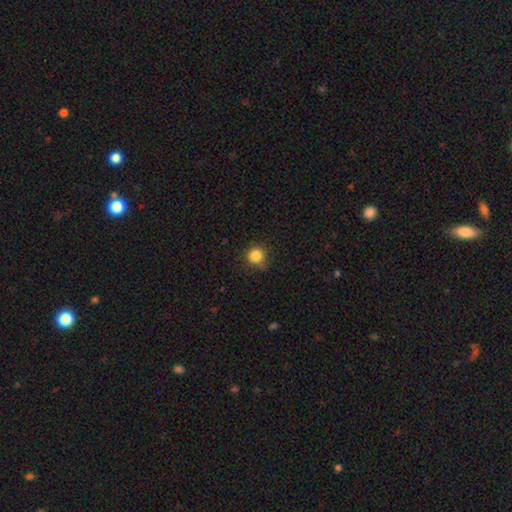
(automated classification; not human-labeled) smooth-or-featured: smooth: 85% | star or artifact: 11% | featured or disk: 4%
  how-rounded: round: 92% | in between: 7% | cigar-shaped: 1%
  merging: none: 77% | minor disturbance: 18% | major disturbance: 4% | merger: 1%